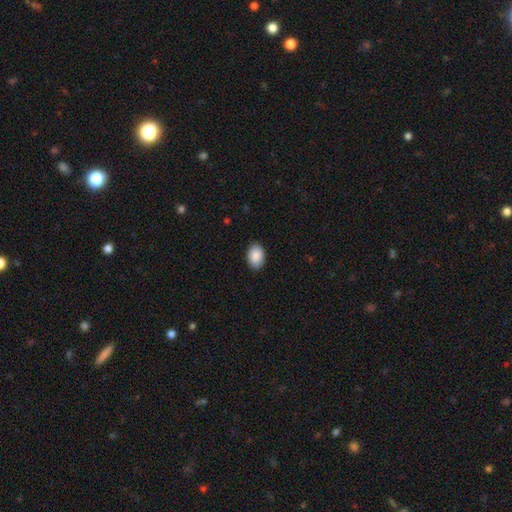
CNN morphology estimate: smooth-or-featured: smooth: 90% | star or artifact: 6% | featured or disk: 3%
  how-rounded: in between: 89% | round: 10% | cigar-shaped: 1%
  merging: none: 89% | minor disturbance: 8% | major disturbance: 2% | merger: 1%